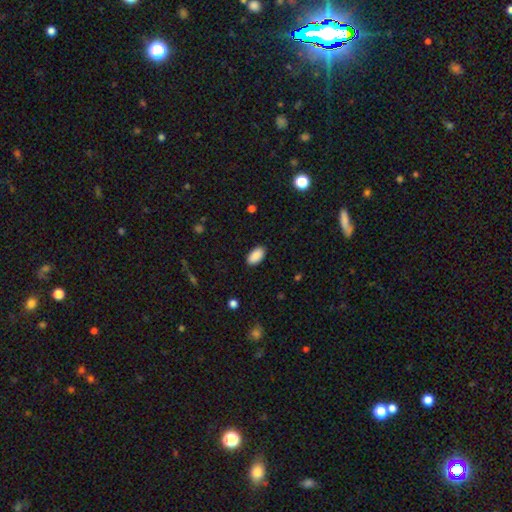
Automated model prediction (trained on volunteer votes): Q: Smooth or featured?
A: smooth (89%); runner-up: star or artifact (7%)
Q: How rounded?
A: in between (95%); runner-up: round (3%)
Q: Merging?
A: none (89%); runner-up: minor disturbance (8%)